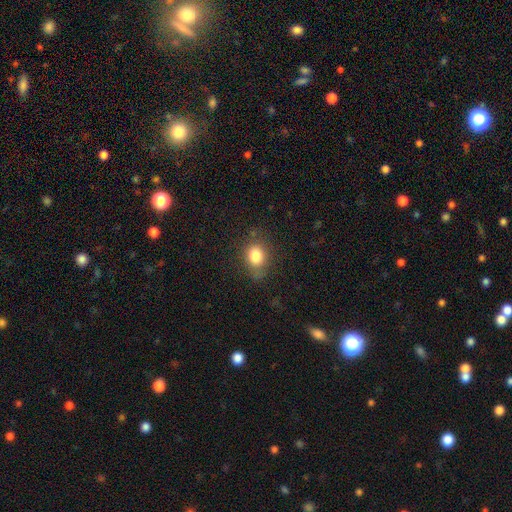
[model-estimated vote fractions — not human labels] smooth-or-featured: smooth: 81% | star or artifact: 10% | featured or disk: 8%
  how-rounded: in between: 52% | round: 47% | cigar-shaped: 1%
  merging: none: 70% | minor disturbance: 21% | major disturbance: 7% | merger: 2%